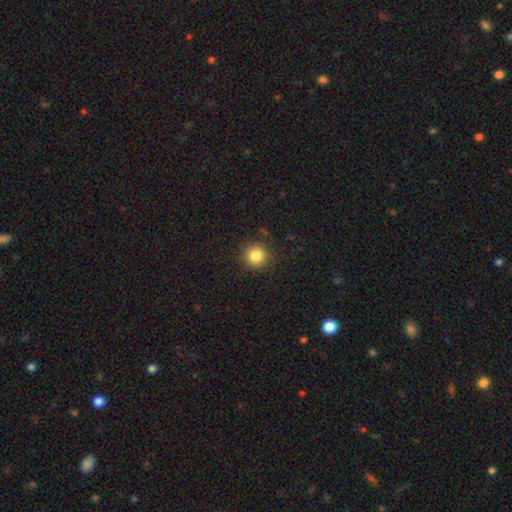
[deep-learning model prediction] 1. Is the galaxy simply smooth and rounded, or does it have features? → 84% smooth, 11% star or artifact, 5% featured or disk.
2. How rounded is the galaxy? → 94% round, 5% in between, 1% cigar-shaped.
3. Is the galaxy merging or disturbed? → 88% none, 8% minor disturbance, 3% major disturbance, 1% merger.